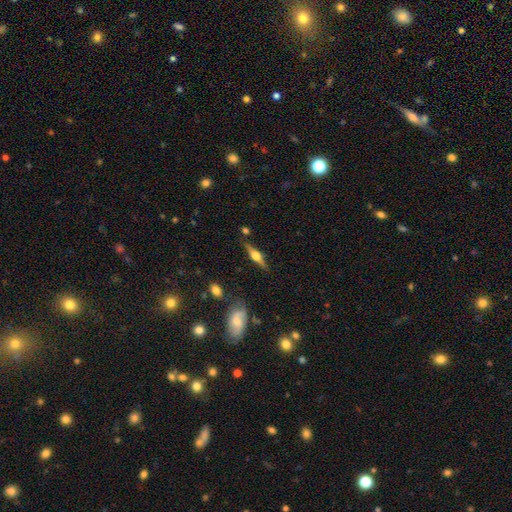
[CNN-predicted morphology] This is likely a featured or disk galaxy (74%). It is clearly viewed edge-on (96%). Edge-on bulge: clearly rounded (92%). Merging: clearly none (83%).